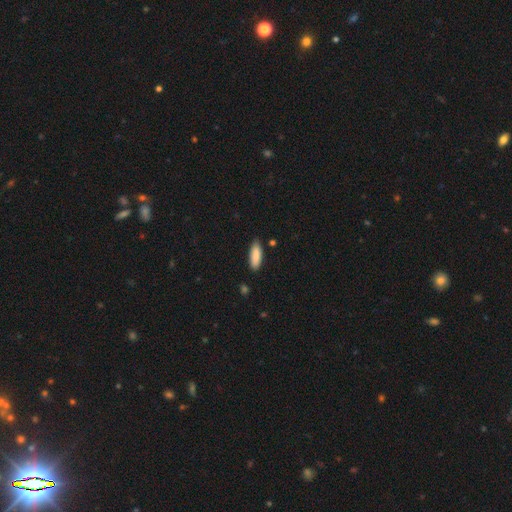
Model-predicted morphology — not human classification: Q: Smooth or featured?
A: smooth (89%); runner-up: featured or disk (6%)
Q: How rounded?
A: in between (60%); runner-up: cigar-shaped (39%)
Q: Merging?
A: none (83%); runner-up: minor disturbance (13%)